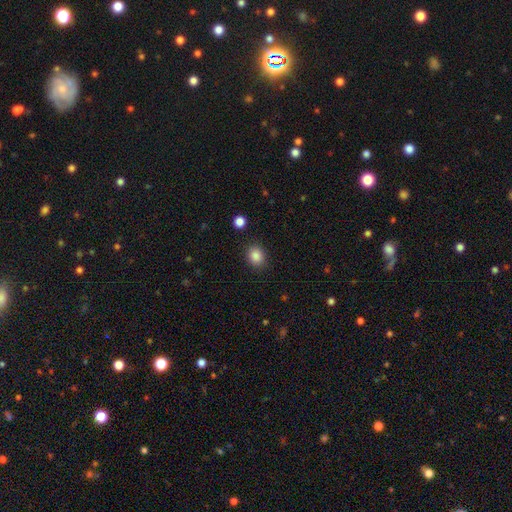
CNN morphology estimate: Smooth or featured? Predicted: smooth (p=0.87). How rounded? Predicted: round (p=0.60). Merging? Predicted: none (p=0.88).